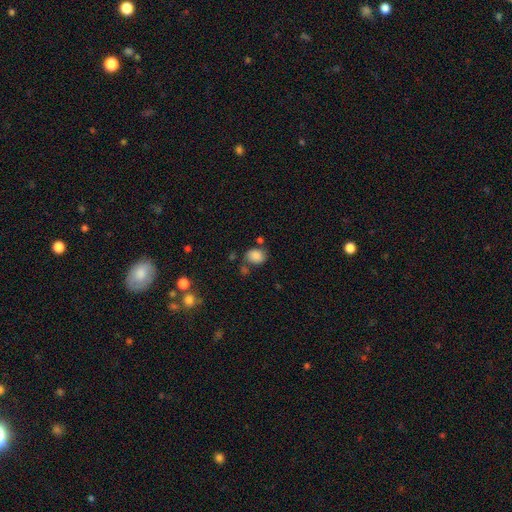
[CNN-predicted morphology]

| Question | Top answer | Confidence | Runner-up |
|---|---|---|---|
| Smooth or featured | smooth | 84% | star or artifact (10%) |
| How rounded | in between | 51% | round (48%) |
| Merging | none | 63% | minor disturbance (18%) |